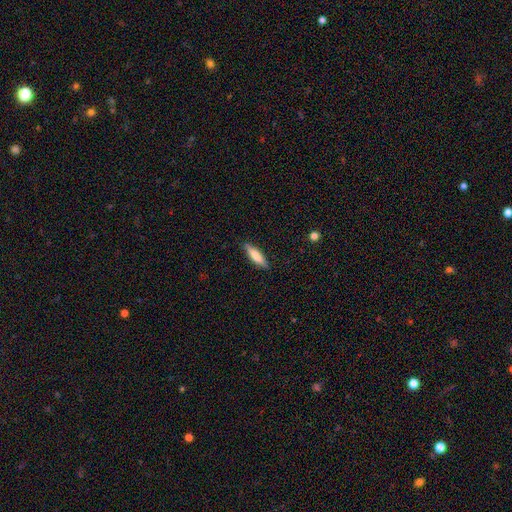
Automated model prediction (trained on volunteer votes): smooth_or_featured: smooth (p=0.75) [alt: featured or disk p=0.19]
how_rounded: cigar-shaped (p=0.72) [alt: in between p=0.27]
merging: none (p=0.86) [alt: minor disturbance p=0.11]